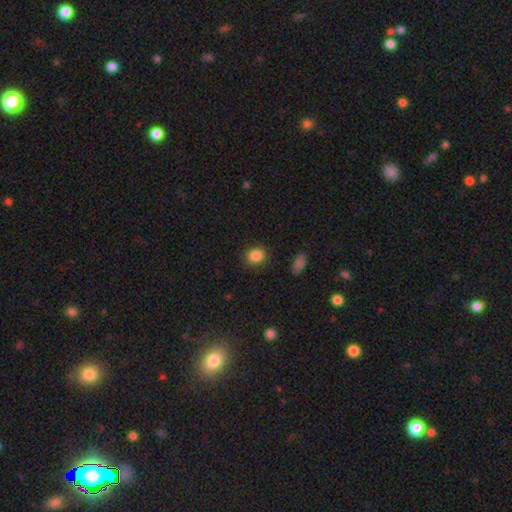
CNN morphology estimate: smooth-or-featured: smooth: 86% | star or artifact: 10% | featured or disk: 4%
  how-rounded: in between: 50% | round: 49% | cigar-shaped: 1%
  merging: none: 85% | minor disturbance: 11% | major disturbance: 3% | merger: 2%